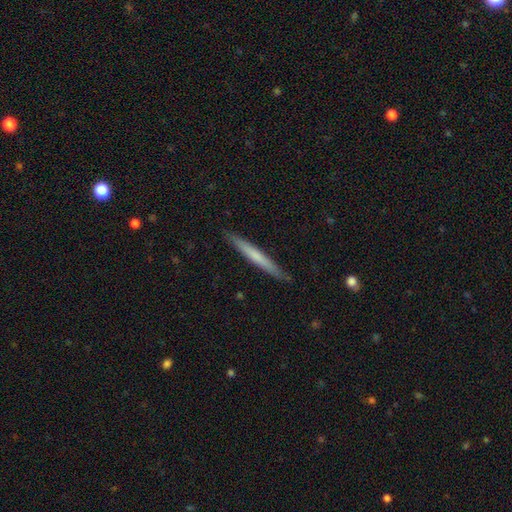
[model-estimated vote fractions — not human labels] smooth 57%, featured or disk 37%, star or artifact 5%. Down the decision tree: how rounded — cigar-shaped (97%); merging — none (90%).